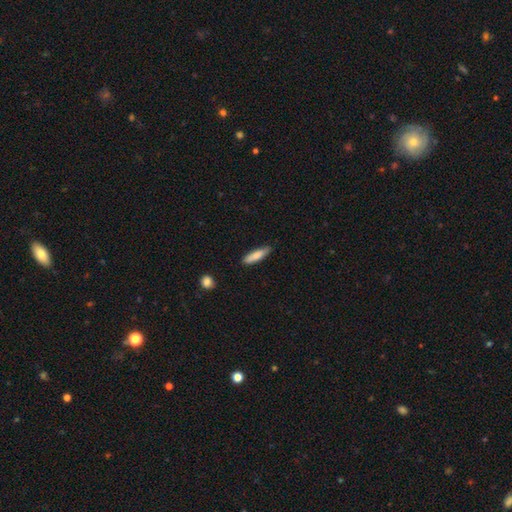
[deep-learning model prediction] smooth 82%, featured or disk 12%, star or artifact 6%. Down the decision tree: how rounded — cigar-shaped (70%); merging — none (82%).